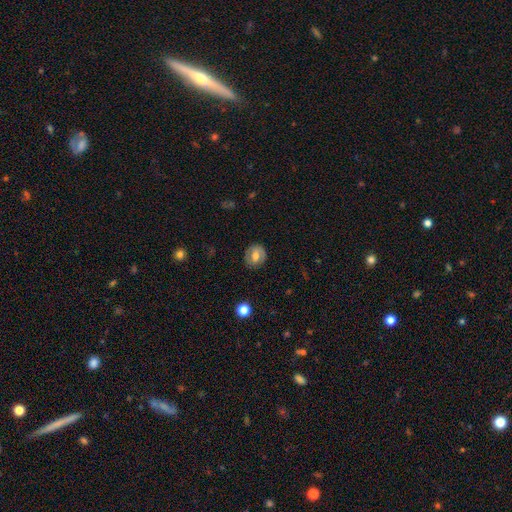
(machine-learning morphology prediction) Smooth or featured? Predicted: smooth (p=0.55). How rounded? Predicted: round (p=0.71). Merging? Predicted: none (p=0.83).